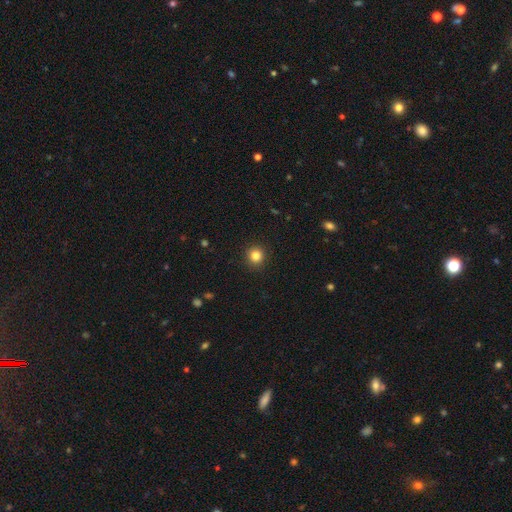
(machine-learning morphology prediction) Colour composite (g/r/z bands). It shows a smooth galaxy with no disk features (83%) that is round (93%). Merging: none (92%).